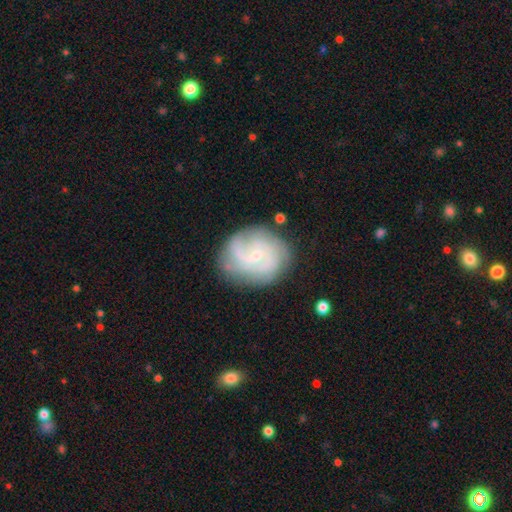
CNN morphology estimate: The model was most divided on "spiral winding": medium: 43%, tight: 41%, loose: 17%. Remaining: edge-on disk — no (98%); spiral arms — yes (94%); smooth or featured — featured or disk (78%); bulge size — small (77%); merging — none (73%); bar — no (56%); spiral arm count — 2 (34%).